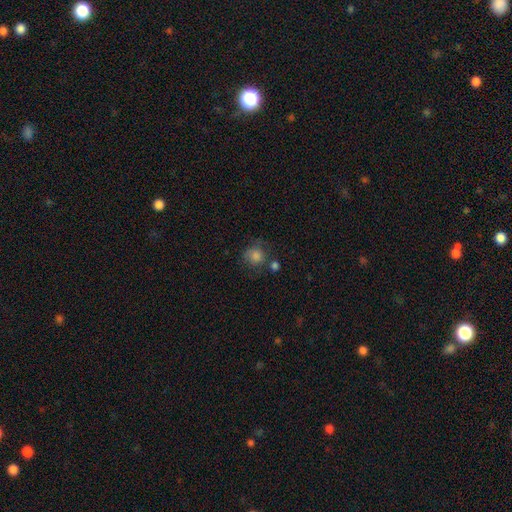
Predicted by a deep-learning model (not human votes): Q: Smooth or featured?
A: smooth (80%); runner-up: star or artifact (11%)
Q: How rounded?
A: round (87%); runner-up: in between (12%)
Q: Merging?
A: none (62%); runner-up: minor disturbance (18%)